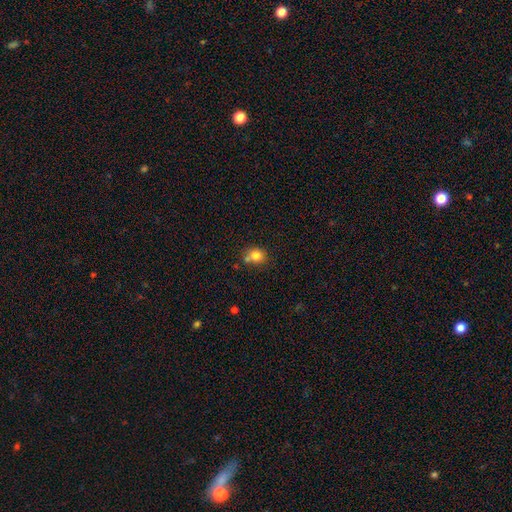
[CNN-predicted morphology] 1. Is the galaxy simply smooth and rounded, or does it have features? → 80% smooth, 11% star or artifact, 9% featured or disk.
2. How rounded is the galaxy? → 72% round, 28% in between, 1% cigar-shaped.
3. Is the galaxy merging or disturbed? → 59% none, 20% merger, 16% minor disturbance, 5% major disturbance.